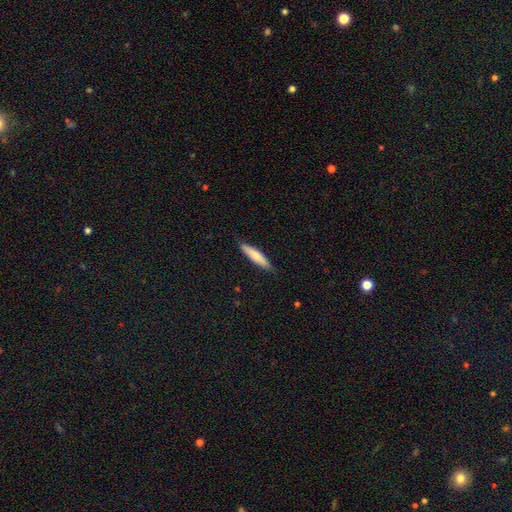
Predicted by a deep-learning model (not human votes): smooth_or_featured: smooth (p=0.74) [alt: featured or disk p=0.20]
how_rounded: cigar-shaped (p=0.84) [alt: in between p=0.15]
merging: none (p=0.87) [alt: minor disturbance p=0.11]